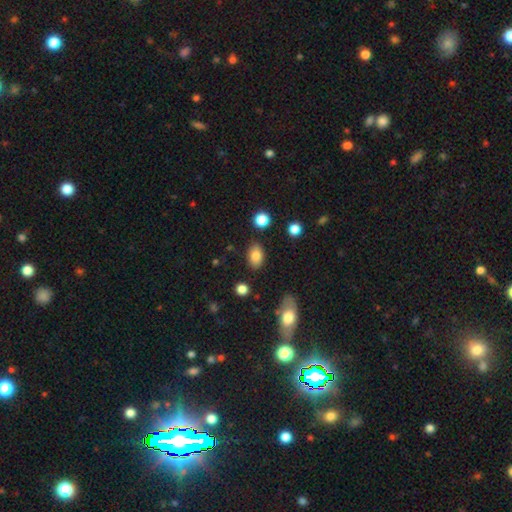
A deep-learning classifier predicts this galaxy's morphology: smooth_or_featured: smooth (p=0.83) [alt: star or artifact p=0.09]
how_rounded: in between (p=0.88) [alt: round p=0.11]
merging: none (p=0.84) [alt: minor disturbance p=0.11]